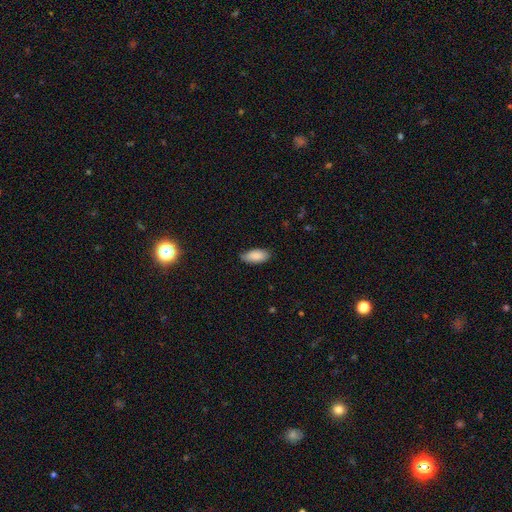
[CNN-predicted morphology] Smooth or featured?
  - smooth: 89% *
  - star or artifact: 6%
  - featured or disk: 5%
How rounded?
  - in between: 90% *
  - cigar-shaped: 8%
  - round: 2%
Merging?
  - none: 81% *
  - minor disturbance: 16%
  - major disturbance: 2%
  - merger: 1%